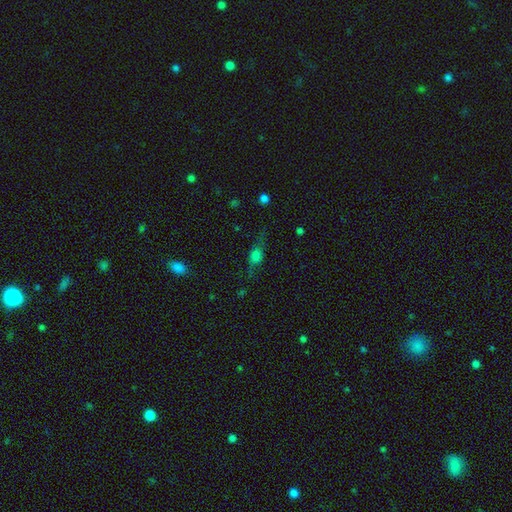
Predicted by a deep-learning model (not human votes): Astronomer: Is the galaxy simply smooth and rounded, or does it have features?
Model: smooth — 57%.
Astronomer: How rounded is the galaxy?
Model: in between — 61%.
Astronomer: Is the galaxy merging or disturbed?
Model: none — 60%.